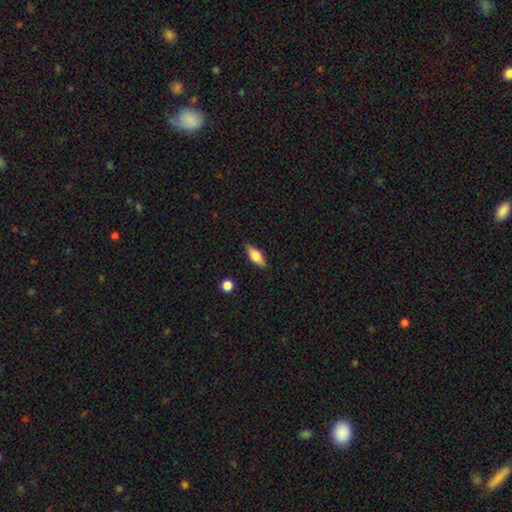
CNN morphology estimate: type=smooth (61%); roundness=in between (74%); merging=none (85%).